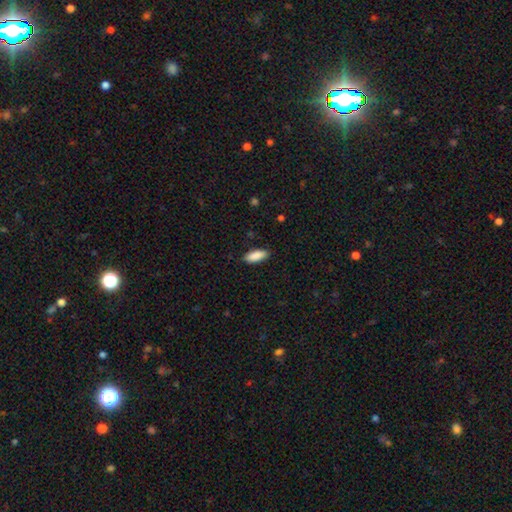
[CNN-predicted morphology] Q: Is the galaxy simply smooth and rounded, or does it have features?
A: smooth — 90%.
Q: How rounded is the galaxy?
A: in between — 79%.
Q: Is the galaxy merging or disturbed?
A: none — 88%.